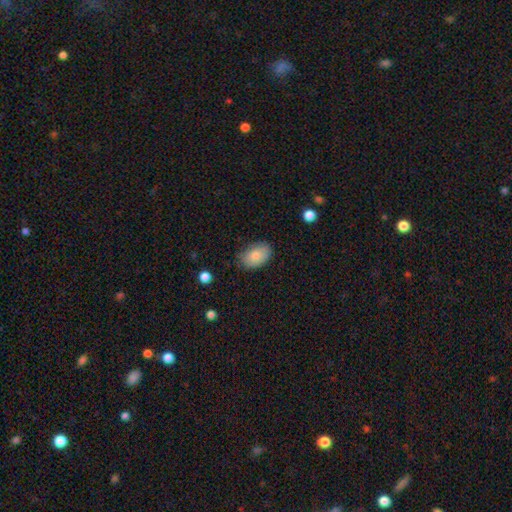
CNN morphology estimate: Q: Smooth or featured?
A: smooth (82%); runner-up: featured or disk (11%)
Q: How rounded?
A: in between (89%); runner-up: round (9%)
Q: Merging?
A: none (76%); runner-up: minor disturbance (19%)